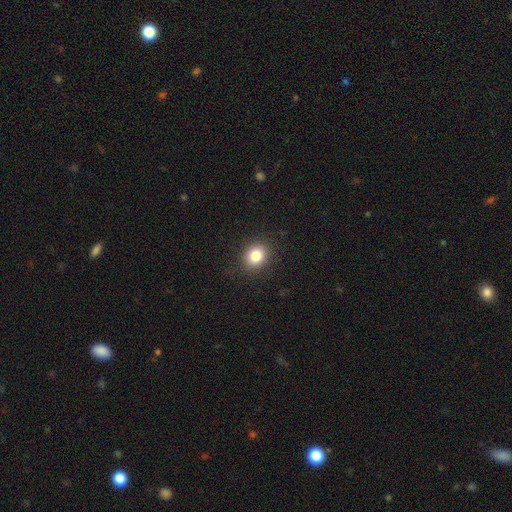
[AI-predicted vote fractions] smooth 83%, star or artifact 11%, featured or disk 6%. Down the decision tree: how rounded — round (70%); merging — none (89%).